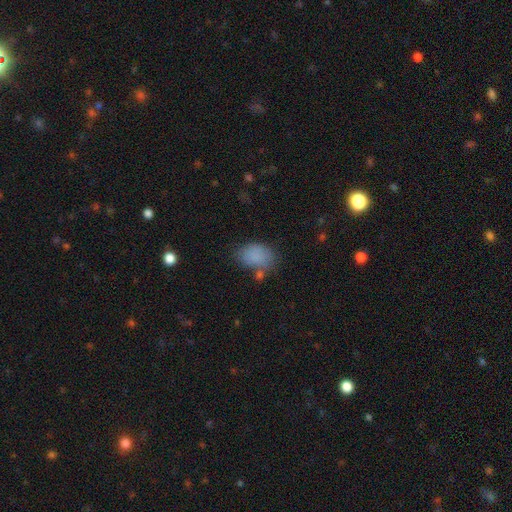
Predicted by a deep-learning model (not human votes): A smooth galaxy with no disk features (84%) that is in between round and cigar-shaped (82%).

Vote fractions:
- Smooth or featured? smooth: 84% / star or artifact: 9% / featured or disk: 7%
- How rounded? in between: 82% / round: 17% / cigar-shaped: 1%
- Merging? none: 62% / minor disturbance: 22% / merger: 8% / major disturbance: 7%